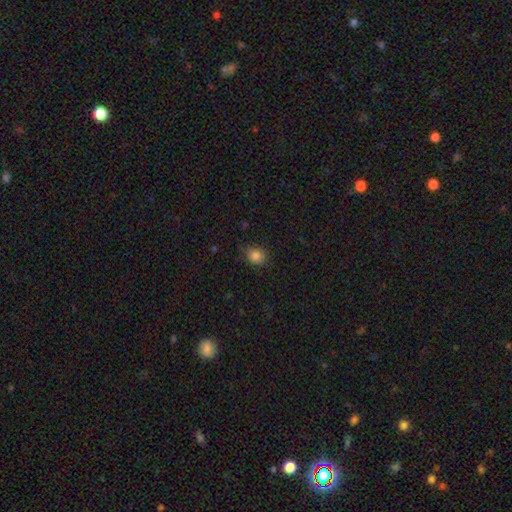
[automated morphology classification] Smooth or featured: smooth — 84% (star or artifact — 11%)
How rounded: round — 65% (in between — 34%)
Merging: none — 79% (minor disturbance — 17%)